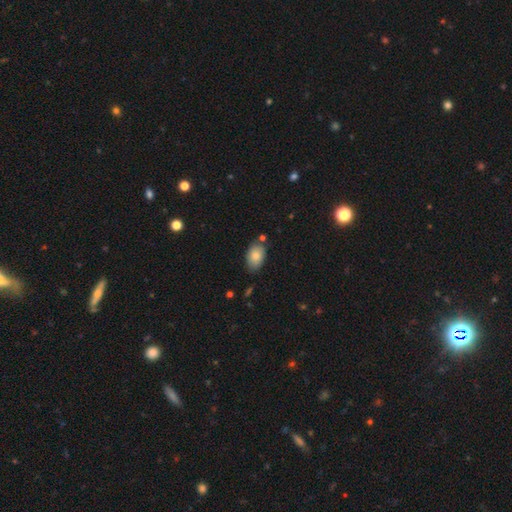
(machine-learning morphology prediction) Smooth or featured? smooth (84%)
How rounded? in between (89%)
Merging? none (73%)